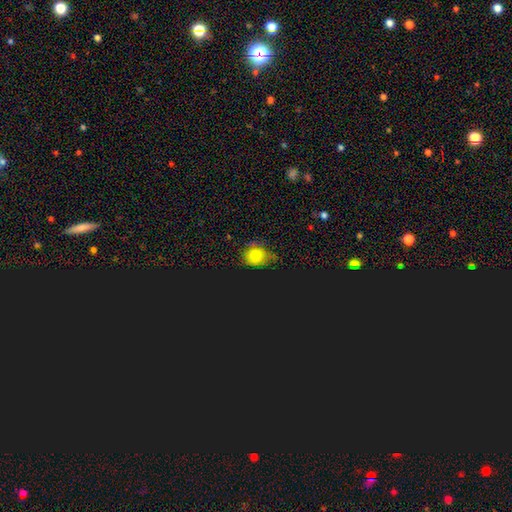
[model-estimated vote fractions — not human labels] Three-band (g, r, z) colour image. It shows a smooth galaxy with no disk features (60%) that is round (57%). Merging: none (61%).